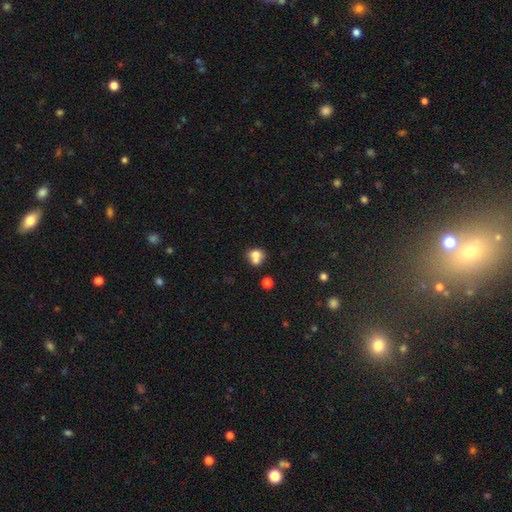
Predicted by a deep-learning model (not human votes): Smooth or featured: smooth — 73% (featured or disk — 15%)
How rounded: round — 67% (in between — 32%)
Merging: merger — 50% (none — 33%)